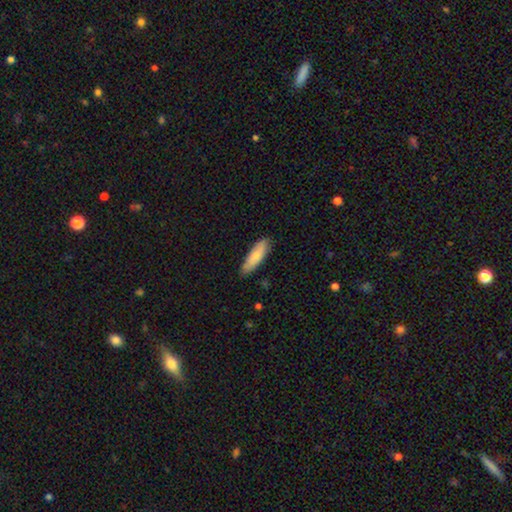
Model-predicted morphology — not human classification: The model was most divided on "how rounded": cigar-shaped: 54%, in between: 45%, round: 2%. More confident: merging — none (82%); smooth or featured — smooth (73%).